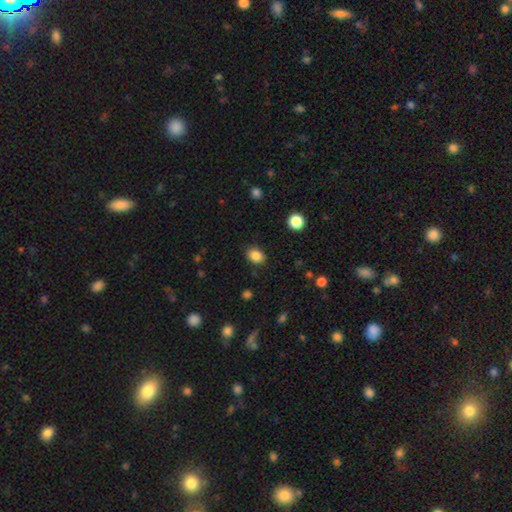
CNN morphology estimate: Smooth or featured: smooth — 86% (star or artifact — 10%)
How rounded: in between — 62% (round — 37%)
Merging: none — 87% (minor disturbance — 9%)